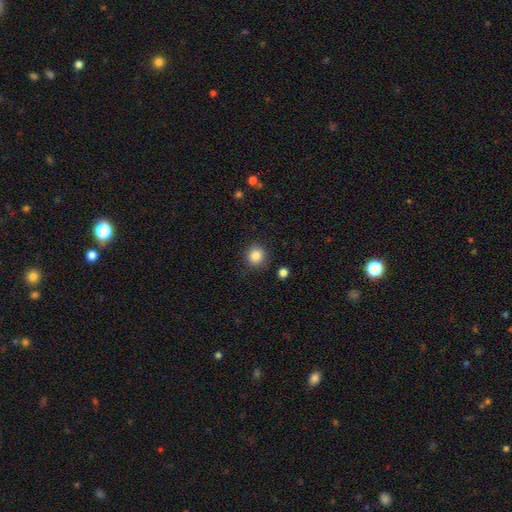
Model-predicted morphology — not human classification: smooth_or_featured: smooth (p=0.85) [alt: star or artifact p=0.10]
how_rounded: round (p=0.91) [alt: in between p=0.08]
merging: none (p=0.87) [alt: minor disturbance p=0.08]